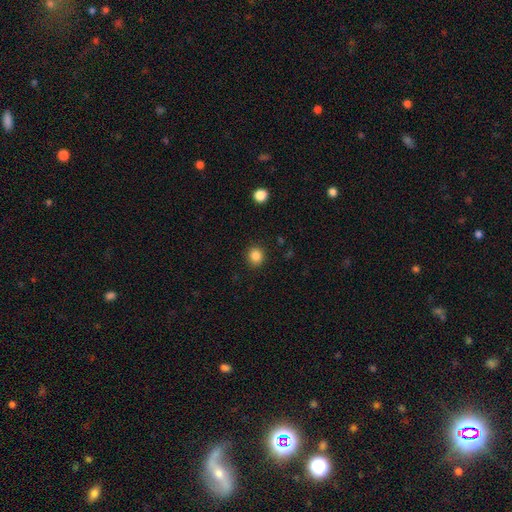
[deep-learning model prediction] A smooth galaxy with no disk features (85%) that is round (85%).

Vote fractions:
- Smooth or featured? smooth: 85% / star or artifact: 11% / featured or disk: 4%
- How rounded? round: 85% / in between: 14% / cigar-shaped: 1%
- Merging? none: 90% / minor disturbance: 6% / major disturbance: 2% / merger: 1%